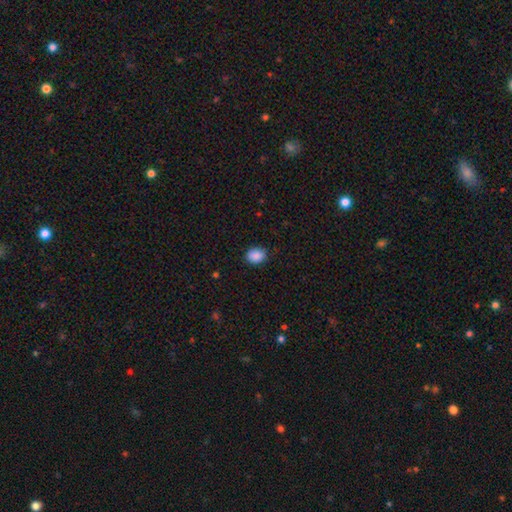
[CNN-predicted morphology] This appears to be a smooth galaxy with no disk features (89%) that is round (51%). Merging: none (86%).